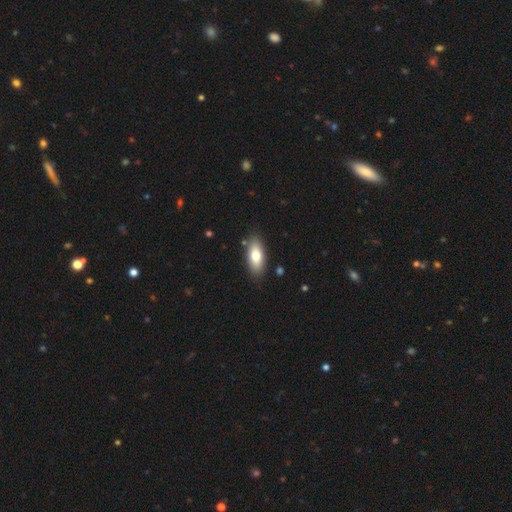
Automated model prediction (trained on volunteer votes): Smooth or featured: smooth — 73% (featured or disk — 20%)
How rounded: in between — 84% (cigar-shaped — 13%)
Merging: none — 85% (minor disturbance — 10%)